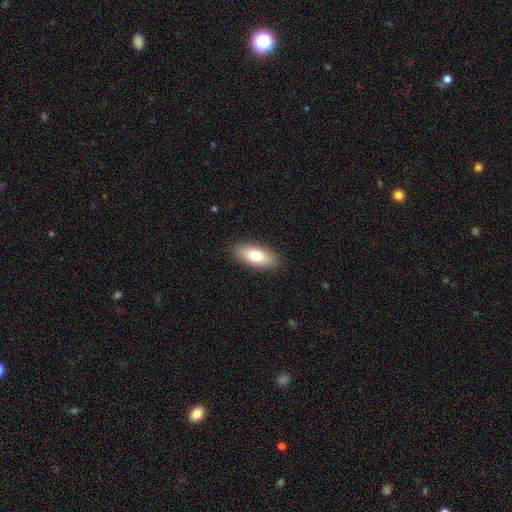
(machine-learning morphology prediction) Smooth or featured? Predicted: smooth (p=0.80). How rounded? Predicted: in between (p=0.86). Merging? Predicted: none (p=0.88).